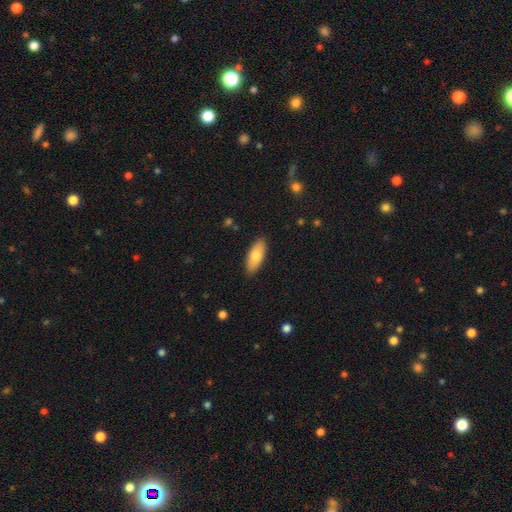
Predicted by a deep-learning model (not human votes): Smooth or featured? Predicted: smooth (p=0.76). How rounded? Predicted: in between (p=0.80). Merging? Predicted: none (p=0.88).